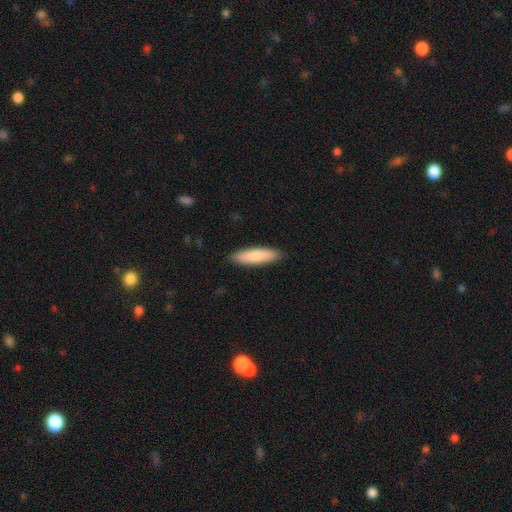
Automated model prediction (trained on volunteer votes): Q: Smooth or featured?
A: smooth (82%); runner-up: featured or disk (13%)
Q: How rounded?
A: cigar-shaped (70%); runner-up: in between (29%)
Q: Merging?
A: none (90%); runner-up: minor disturbance (8%)